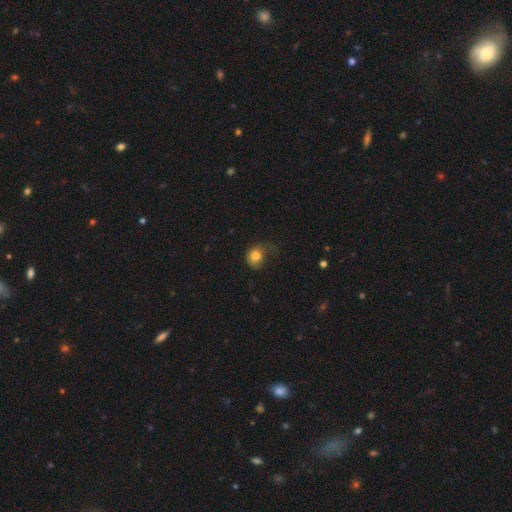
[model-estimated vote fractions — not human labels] smooth-or-featured: smooth: 78% | featured or disk: 13% | star or artifact: 10%
  how-rounded: round: 57% | in between: 42% | cigar-shaped: 1%
  merging: none: 35% | major disturbance: 32% | minor disturbance: 31% | merger: 2%